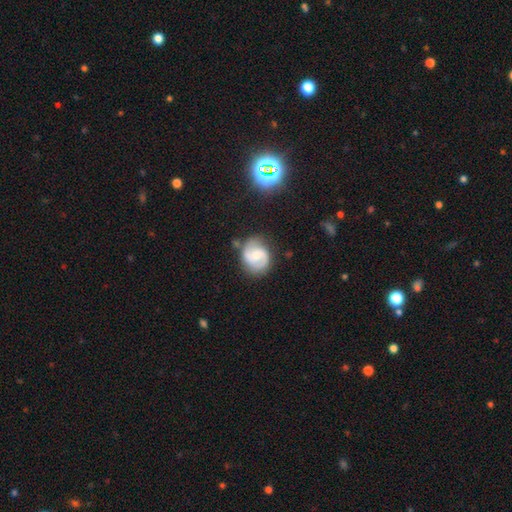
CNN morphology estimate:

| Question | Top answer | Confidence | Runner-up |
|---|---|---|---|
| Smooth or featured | featured or disk | 73% | smooth (21%) |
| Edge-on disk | no | 98% | yes (2%) |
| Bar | no | 46% | weak (44%) |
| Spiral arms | yes | 93% | no (7%) |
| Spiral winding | medium | 50% | tight (33%) |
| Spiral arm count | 2 | 87% | can't tell (7%) |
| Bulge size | moderate | 48% | small (44%) |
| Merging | none | 72% | minor disturbance (19%) |